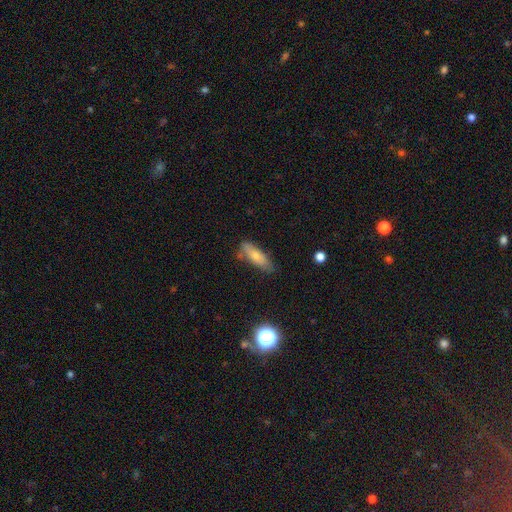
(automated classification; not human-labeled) Smooth or featured? Predicted: smooth (p=0.72). How rounded? Predicted: in between (p=0.58). Merging? Predicted: none (p=0.66).